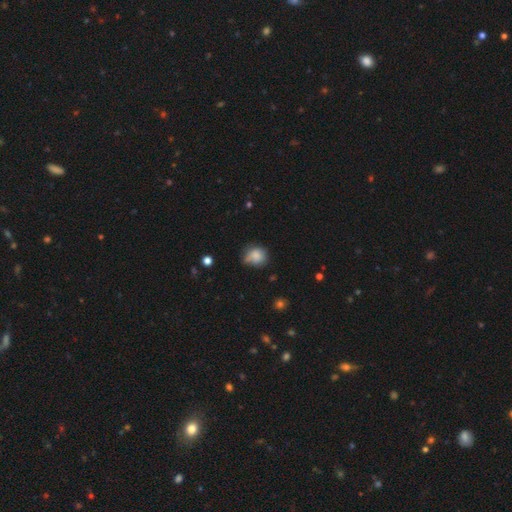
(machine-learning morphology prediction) Smooth or featured?
  - smooth: 81% *
  - star or artifact: 10%
  - featured or disk: 9%
How rounded?
  - round: 76% *
  - in between: 23%
  - cigar-shaped: 1%
Merging?
  - none: 50% *
  - minor disturbance: 36%
  - major disturbance: 9%
  - merger: 5%